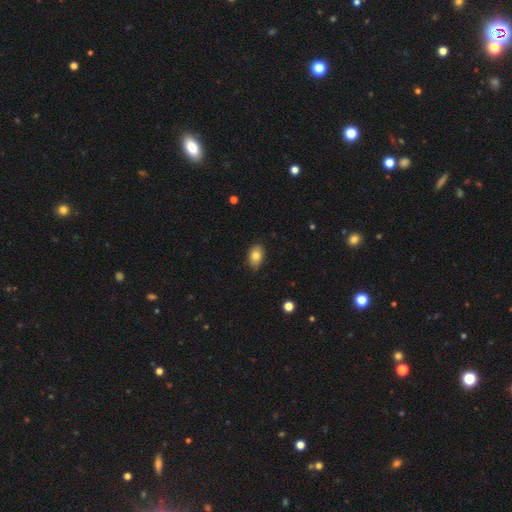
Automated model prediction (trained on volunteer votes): Morphology: type=smooth (81%); roundness=in between (84%); merging=none (85%).